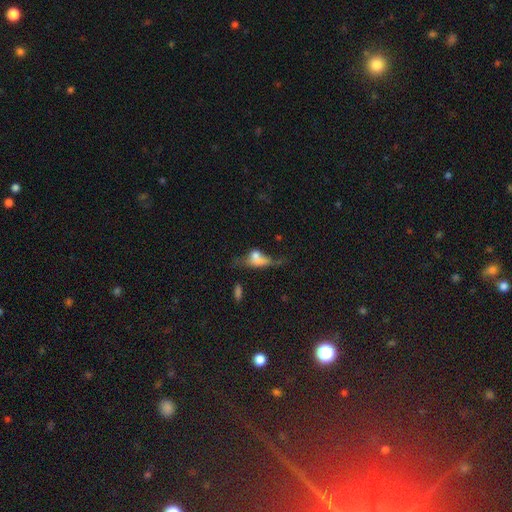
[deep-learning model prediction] A smooth galaxy with no disk features (53%) that is in between round and cigar-shaped (69%). Merging: major disturbance (34%).